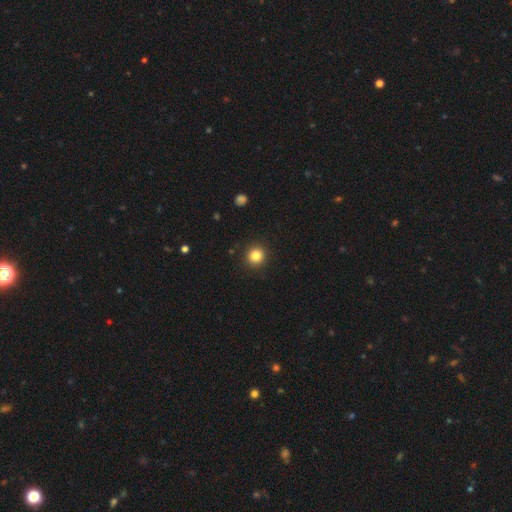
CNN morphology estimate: Overall: smooth (84%). How rounded: round (94%). Merging: none (92%).